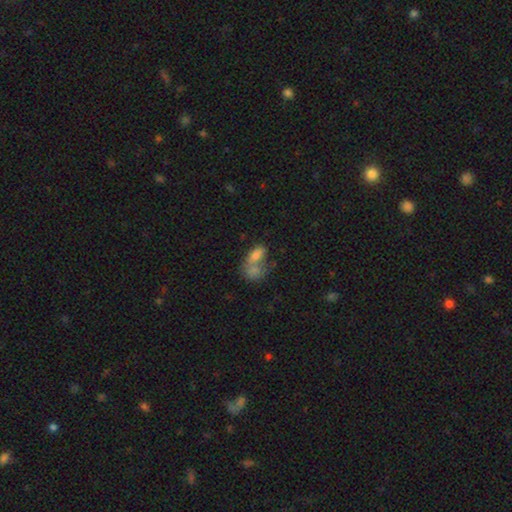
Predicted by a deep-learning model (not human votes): Smooth or featured: smooth — 73% (featured or disk — 17%)
How rounded: in between — 83% (round — 12%)
Merging: merger — 62% (none — 21%)